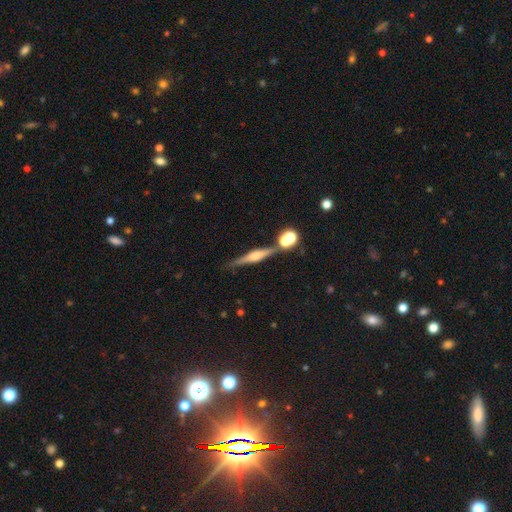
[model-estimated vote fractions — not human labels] Smooth or featured?
  - featured or disk: 73% *
  - smooth: 18%
  - star or artifact: 8%
Edge-on disk?
  - yes: 97% *
  - no: 3%
Edge-on bulge?
  - rounded: 82% *
  - boxy: 14%
  - none: 4%
Merging?
  - none: 75% *
  - merger: 13%
  - minor disturbance: 10%
  - major disturbance: 3%